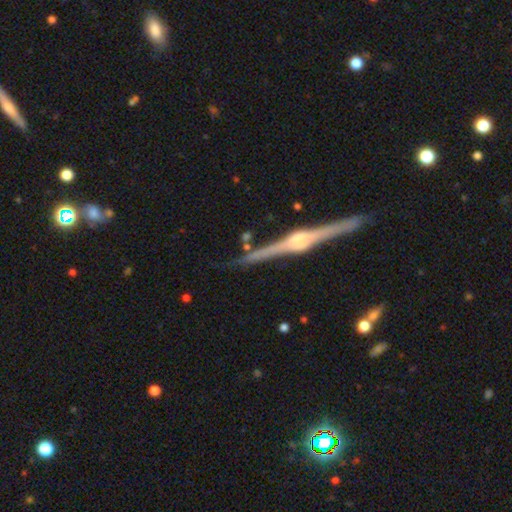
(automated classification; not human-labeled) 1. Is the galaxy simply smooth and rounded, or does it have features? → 84% featured or disk, 8% smooth, 7% star or artifact.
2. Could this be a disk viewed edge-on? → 98% yes, 2% no.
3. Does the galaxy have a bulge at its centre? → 84% rounded, 13% boxy, 4% none.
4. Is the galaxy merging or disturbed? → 86% none, 9% minor disturbance, 3% merger, 2% major disturbance.